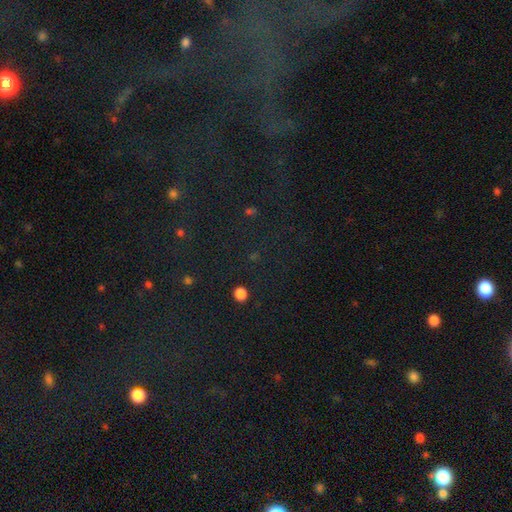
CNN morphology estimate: Smooth or featured: star or artifact — 73% (smooth — 15%)